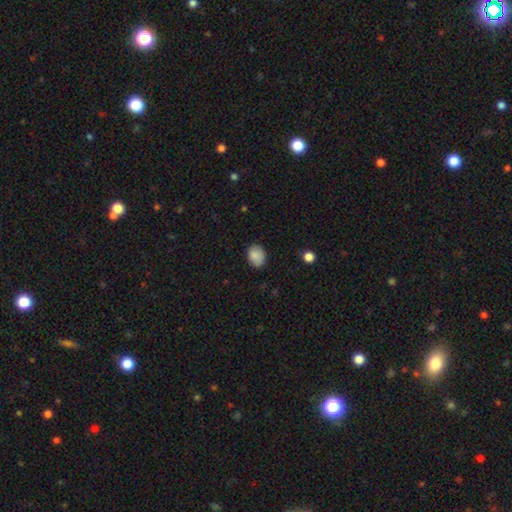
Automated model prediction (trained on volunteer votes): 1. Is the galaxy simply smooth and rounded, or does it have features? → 87% smooth, 8% star or artifact, 5% featured or disk.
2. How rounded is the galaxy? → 64% in between, 35% round, 1% cigar-shaped.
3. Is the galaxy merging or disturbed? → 82% none, 14% minor disturbance, 3% major disturbance, 1% merger.